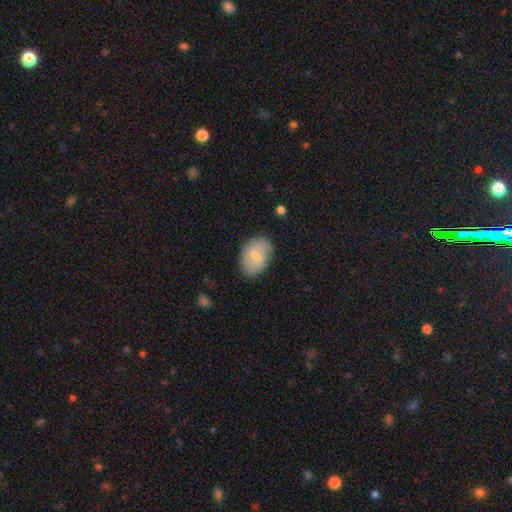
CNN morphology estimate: This is likely a smooth galaxy (64%). How rounded: likely in between (78%). Merging: likely none (78%).